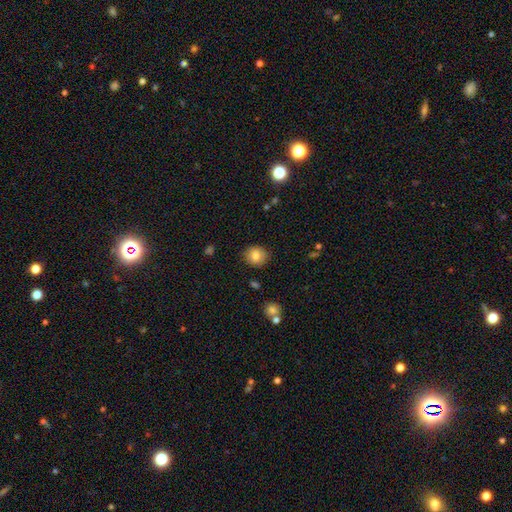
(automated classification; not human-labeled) Overall: smooth (81%). How rounded: round (79%). Merging: none (87%).